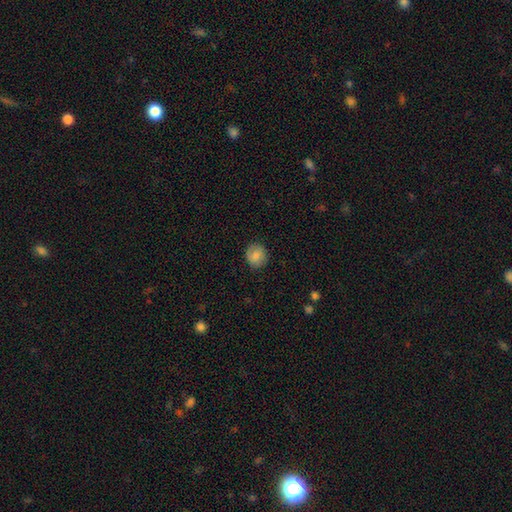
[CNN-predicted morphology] This is clearly a smooth galaxy (82%). How rounded: clearly round (83%). Merging: clearly none (87%).